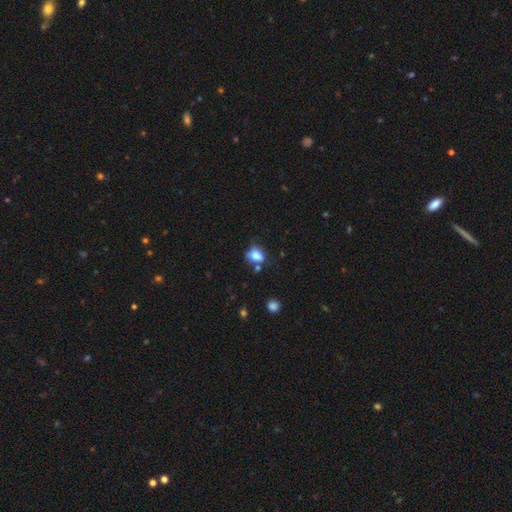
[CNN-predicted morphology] Smooth or featured: smooth — 79% (star or artifact — 11%)
How rounded: in between — 65% (round — 34%)
Merging: none — 58% (minor disturbance — 22%)